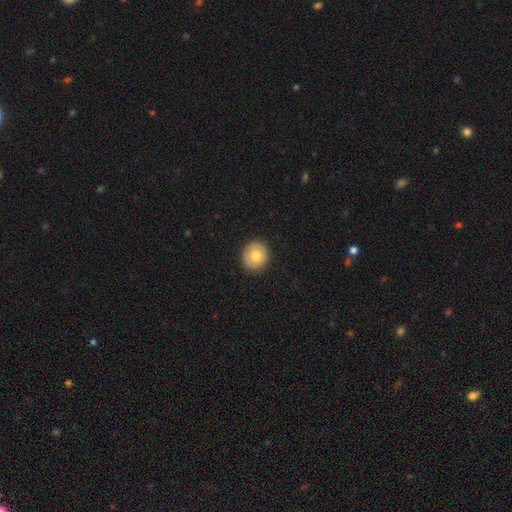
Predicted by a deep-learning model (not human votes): Smooth or featured?
  - smooth: 74% *
  - featured or disk: 18%
  - star or artifact: 8%
How rounded?
  - round: 83% *
  - in between: 16%
  - cigar-shaped: 1%
Merging?
  - none: 89% *
  - minor disturbance: 8%
  - major disturbance: 2%
  - merger: 1%